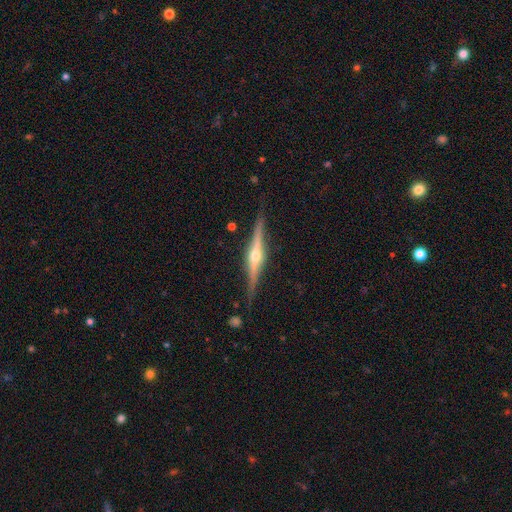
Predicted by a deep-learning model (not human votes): A featured or disk galaxy (84%) viewed edge-on (98%) with a rounded central bulge (92%). Merging: none (87%).